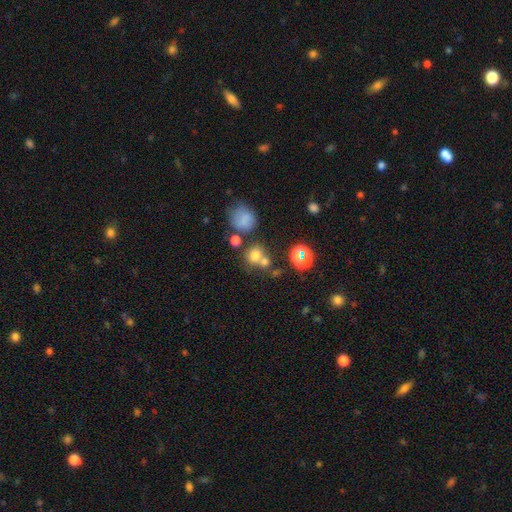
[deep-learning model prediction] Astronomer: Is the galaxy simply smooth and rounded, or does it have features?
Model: smooth — 71%.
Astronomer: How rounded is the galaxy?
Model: round — 79%.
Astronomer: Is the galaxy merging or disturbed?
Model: none — 51% (runner-up: merger, 34%).